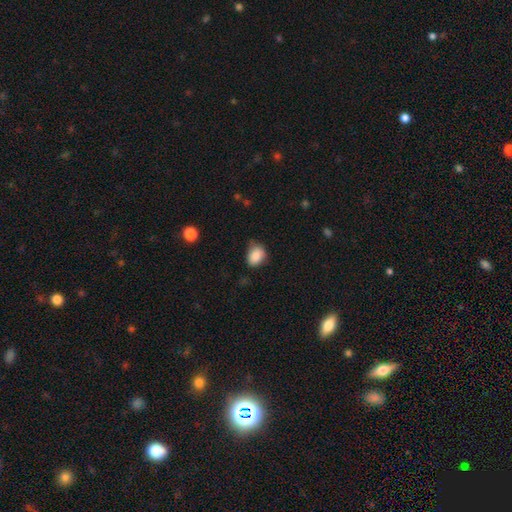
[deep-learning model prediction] This appears to be a smooth galaxy with no disk features (87%) that is in between round and cigar-shaped (57%). Merging: none (59%).